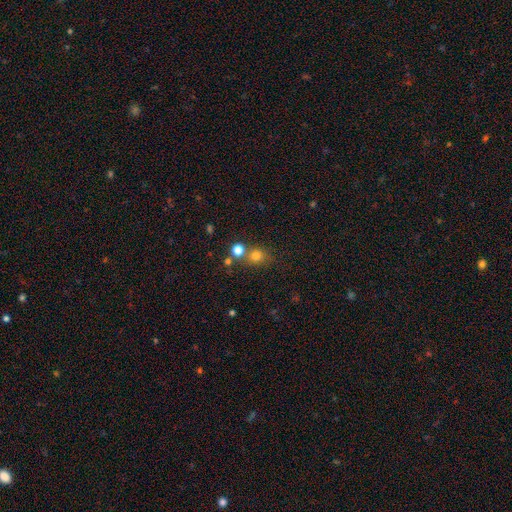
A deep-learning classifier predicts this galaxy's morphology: Smooth or featured: smooth — 75% (star or artifact — 17%)
How rounded: round — 78% (in between — 21%)
Merging: none — 63% (merger — 23%)